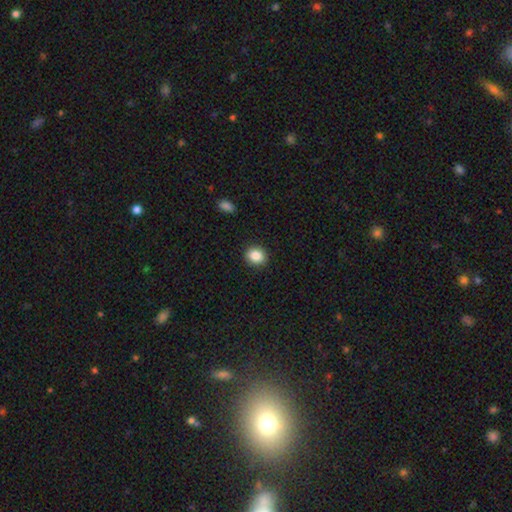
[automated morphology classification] Smooth or featured? smooth (87%)
How rounded? round (69%)
Merging? none (90%)